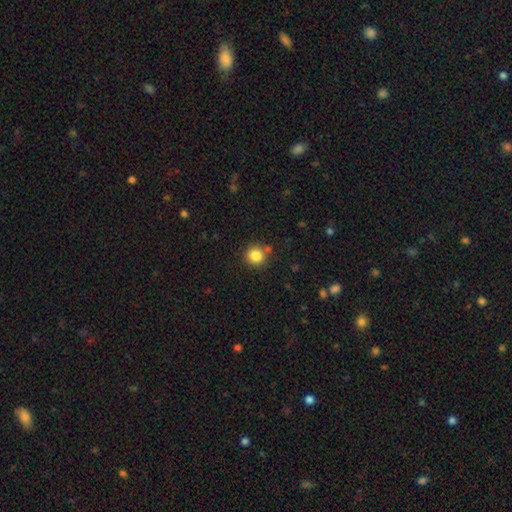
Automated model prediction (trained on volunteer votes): Morphology: type=smooth (84%); roundness=round (92%); merging=none (83%).